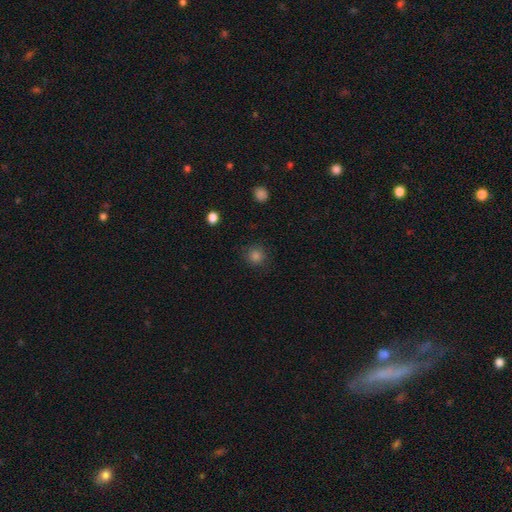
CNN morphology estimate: type=smooth (81%); roundness=round (92%); merging=none (87%).